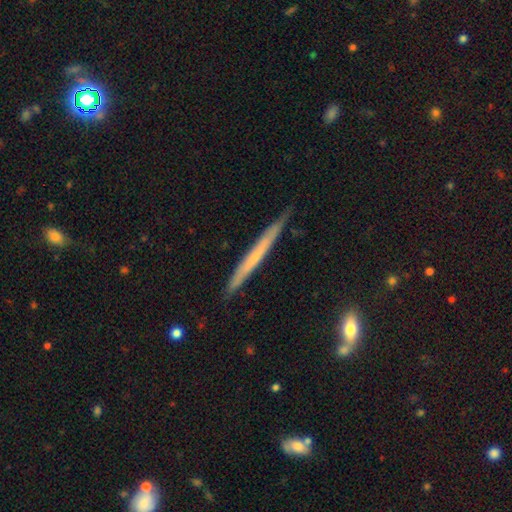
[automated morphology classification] Smooth or featured: featured or disk — 50% (smooth — 44%)
Edge-on disk: yes — 95% (no — 5%)
Merging: none — 85% (minor disturbance — 12%)